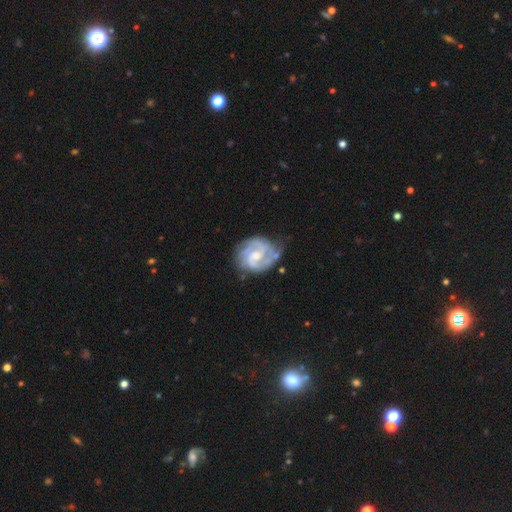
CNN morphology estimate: Overall: featured or disk (88%). Edge-on disk: no (98%). Bar: no (46%; weak 45%). Spiral arms: yes (97%). Spiral arm count: 2 (58%; 3 19%). Spiral winding: tight (51%; medium 41%). Bulge size: moderate (53%; small 36%). Merging: none (65%).